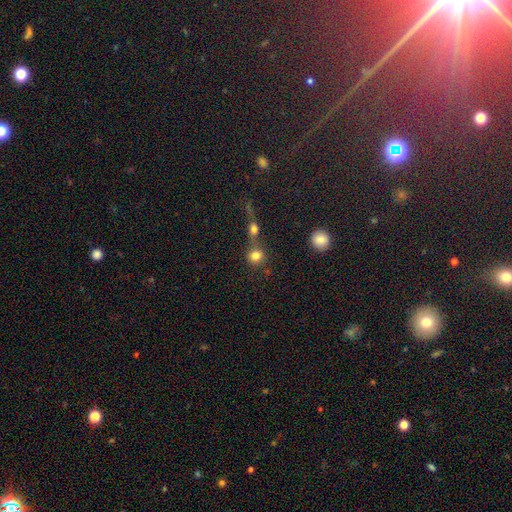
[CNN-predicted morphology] Smooth or featured? smooth (80%)
How rounded? round (85%)
Merging? none (51%)